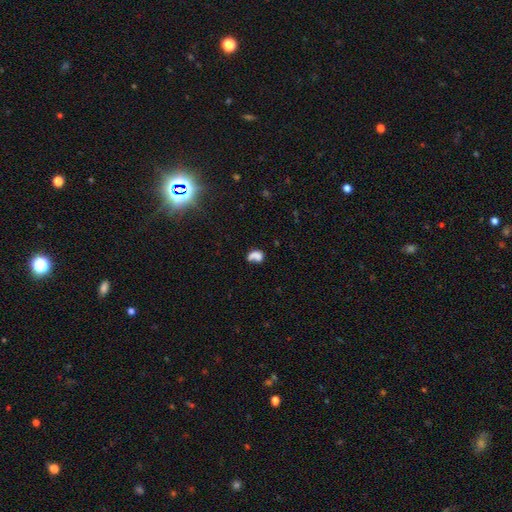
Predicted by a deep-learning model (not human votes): A smooth galaxy with no disk features (63%) that is in between round and cigar-shaped (72%).

Vote fractions:
- Smooth or featured? smooth: 63% / featured or disk: 23% / star or artifact: 14%
- How rounded? in between: 72% / round: 25% / cigar-shaped: 3%
- Merging? merger: 30% / none: 29% / major disturbance: 23% / minor disturbance: 17%